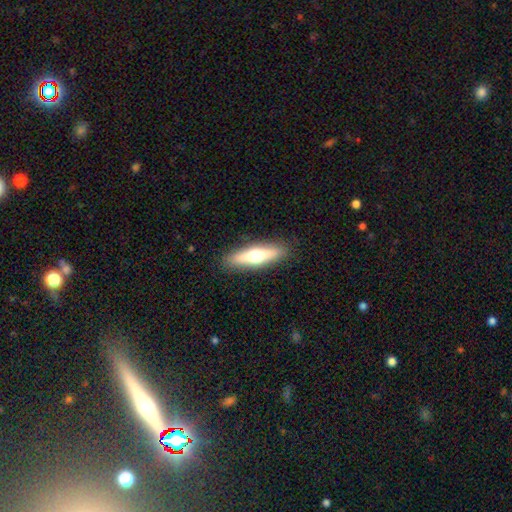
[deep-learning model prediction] Smooth or featured? featured or disk (49%)
Merging? none (89%)